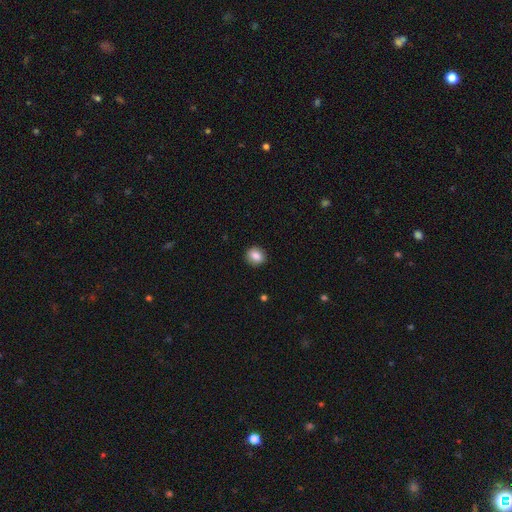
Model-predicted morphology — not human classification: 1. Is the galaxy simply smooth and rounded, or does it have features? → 84% smooth, 9% star or artifact, 7% featured or disk.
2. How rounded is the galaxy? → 70% round, 29% in between, 1% cigar-shaped.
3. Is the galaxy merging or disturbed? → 89% none, 8% minor disturbance, 2% major disturbance, 1% merger.